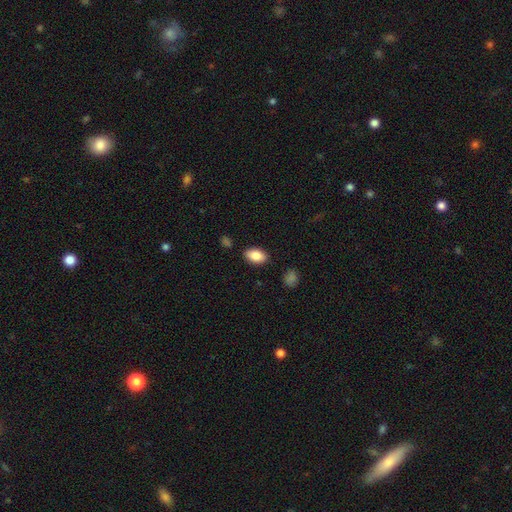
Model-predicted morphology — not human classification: This appears to be a smooth galaxy with no disk features (85%) that is in between round and cigar-shaped (91%). Merging: none (87%).